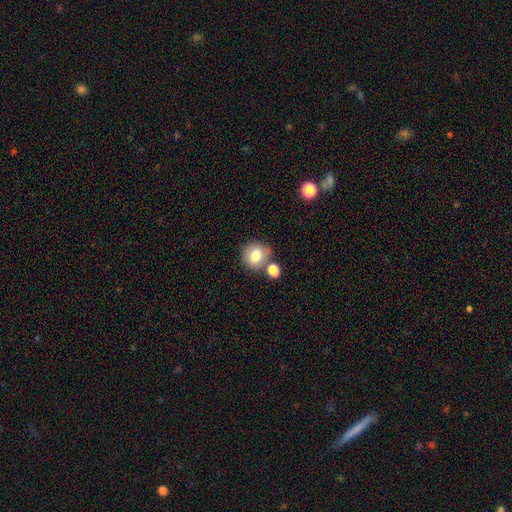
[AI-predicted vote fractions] smooth_or_featured: smooth (p=0.78) [alt: featured or disk p=0.12]
how_rounded: round (p=0.81) [alt: in between p=0.18]
merging: none (p=0.63) [alt: merger p=0.21]